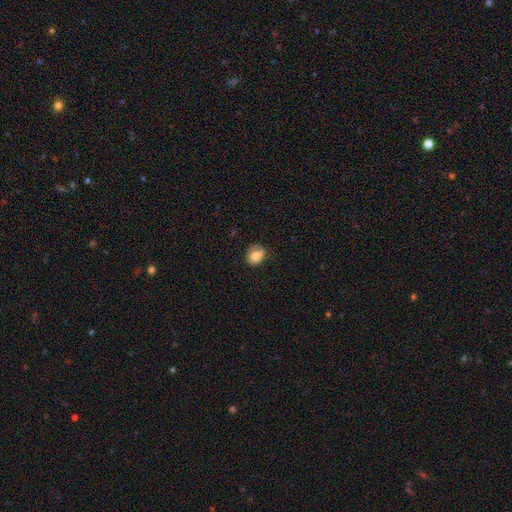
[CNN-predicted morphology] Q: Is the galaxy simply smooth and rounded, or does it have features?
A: smooth — 79%.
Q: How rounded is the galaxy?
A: round — 57%.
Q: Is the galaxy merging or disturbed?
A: none — 59%.